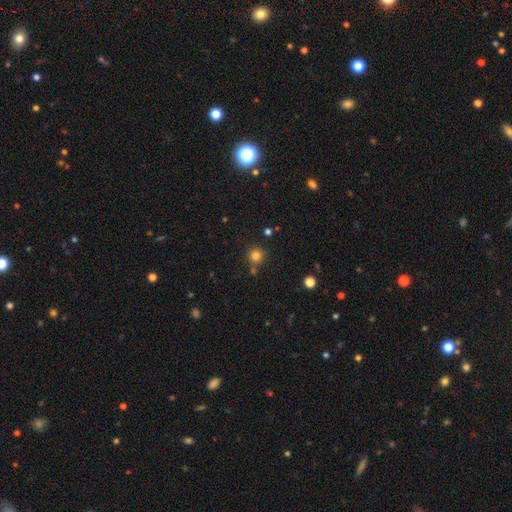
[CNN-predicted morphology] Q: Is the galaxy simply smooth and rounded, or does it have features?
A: smooth — 81%.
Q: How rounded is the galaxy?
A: round — 92%.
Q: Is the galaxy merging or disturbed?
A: none — 77%.